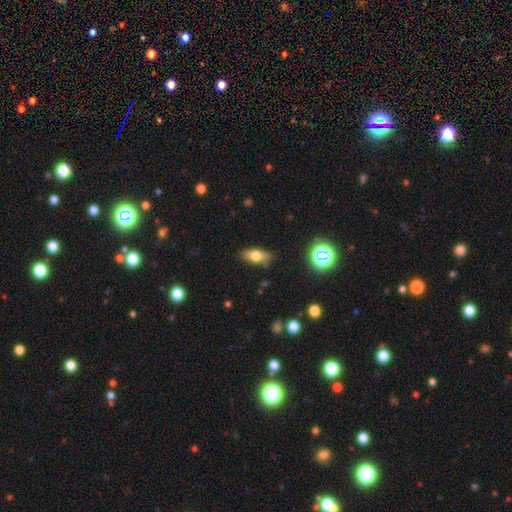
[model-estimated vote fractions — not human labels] Smooth or featured? smooth (67%)
How rounded? in between (80%)
Merging? none (78%)